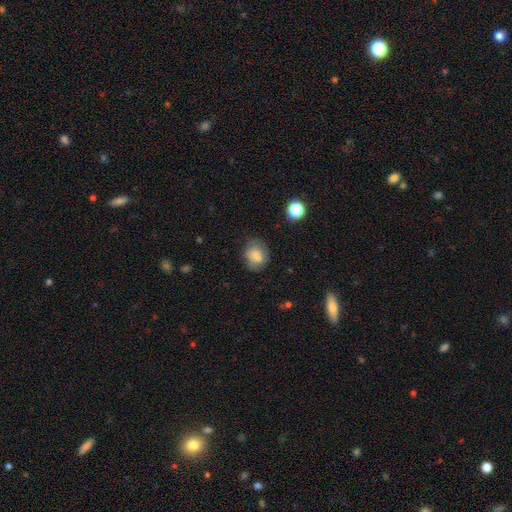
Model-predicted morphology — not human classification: Smooth or featured: smooth — 78% (featured or disk — 12%)
How rounded: round — 52% (in between — 47%)
Merging: none — 68% (minor disturbance — 22%)